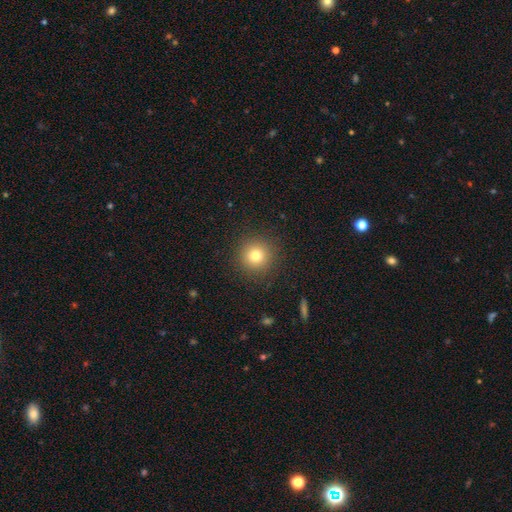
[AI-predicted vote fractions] Smooth or featured?
  - smooth: 78% *
  - star or artifact: 14%
  - featured or disk: 8%
How rounded?
  - round: 95% *
  - in between: 4%
  - cigar-shaped: 1%
Merging?
  - none: 91% *
  - minor disturbance: 6%
  - major disturbance: 3%
  - merger: 1%